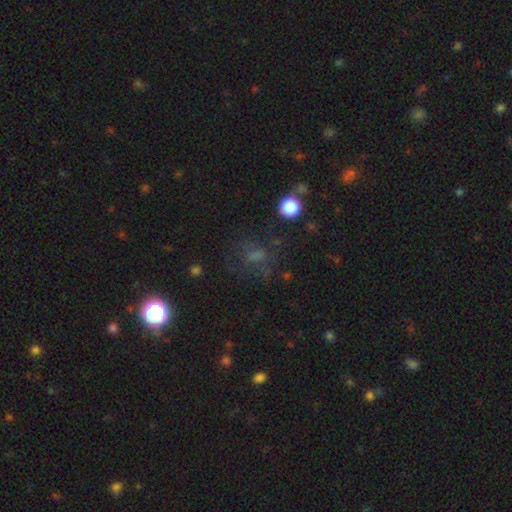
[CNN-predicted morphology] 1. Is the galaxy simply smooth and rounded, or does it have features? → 41% star or artifact, 40% smooth, 19% featured or disk.